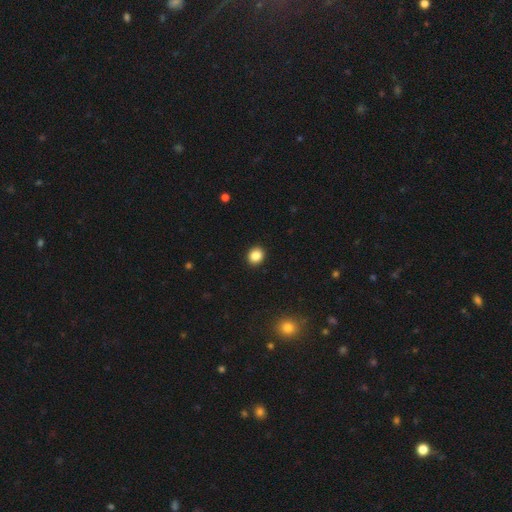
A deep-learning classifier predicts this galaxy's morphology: Q: Smooth or featured?
A: smooth (86%); runner-up: star or artifact (10%)
Q: How rounded?
A: round (73%); runner-up: in between (26%)
Q: Merging?
A: none (92%); runner-up: minor disturbance (5%)